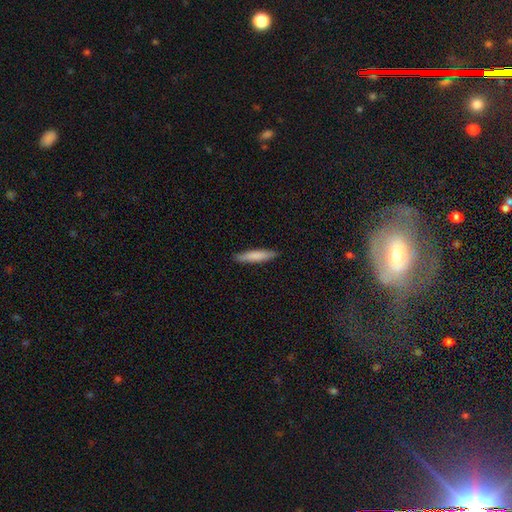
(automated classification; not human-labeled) smooth-or-featured: smooth: 79% | featured or disk: 16% | star or artifact: 5%
  how-rounded: cigar-shaped: 87% | in between: 11% | round: 1%
  merging: none: 88% | minor disturbance: 9% | major disturbance: 2% | merger: 1%